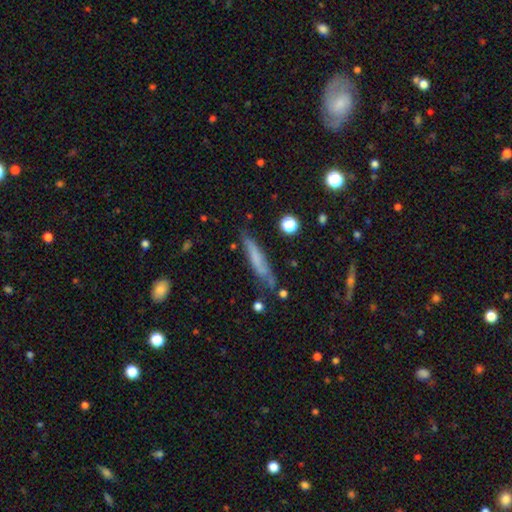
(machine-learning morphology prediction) This is possibly a smooth galaxy (52%). How rounded: clearly cigar-shaped (87%). Merging: likely none (66%).